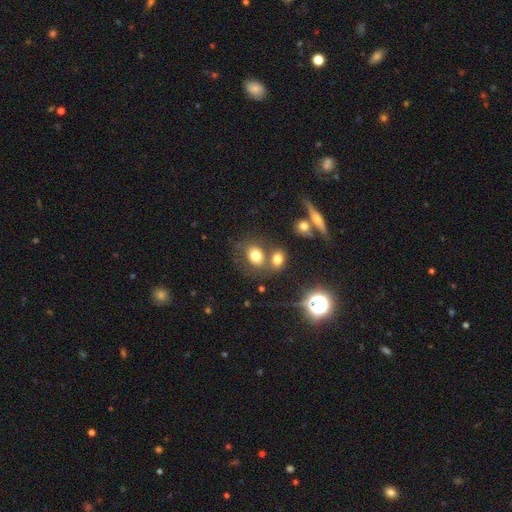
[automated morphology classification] smooth 73%, featured or disk 13%, star or artifact 13%. Down the decision tree: how rounded — round (53%); merging — none (52%).